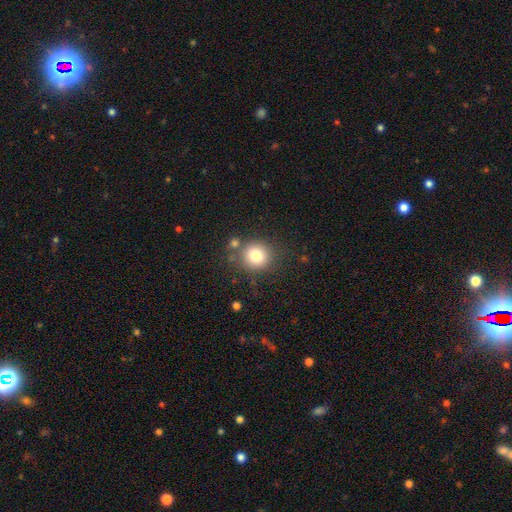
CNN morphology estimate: Smooth or featured?
  - smooth: 79% *
  - star or artifact: 11%
  - featured or disk: 9%
How rounded?
  - round: 90% *
  - in between: 10%
  - cigar-shaped: 1%
Merging?
  - none: 77% *
  - minor disturbance: 11%
  - merger: 8%
  - major disturbance: 4%